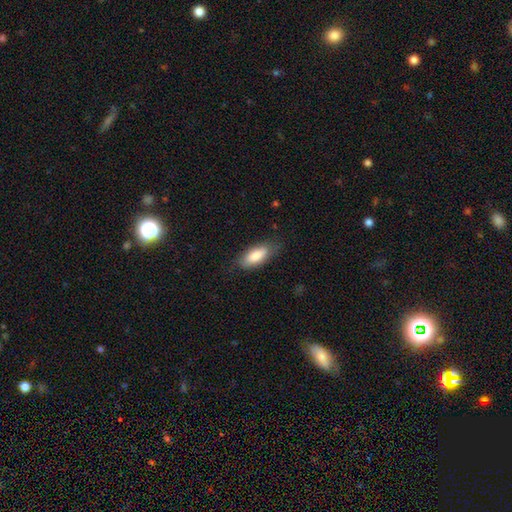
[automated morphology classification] Smooth or featured?
  - smooth: 82% *
  - featured or disk: 12%
  - star or artifact: 6%
How rounded?
  - in between: 78% *
  - cigar-shaped: 20%
  - round: 2%
Merging?
  - none: 76% *
  - minor disturbance: 18%
  - major disturbance: 4%
  - merger: 1%